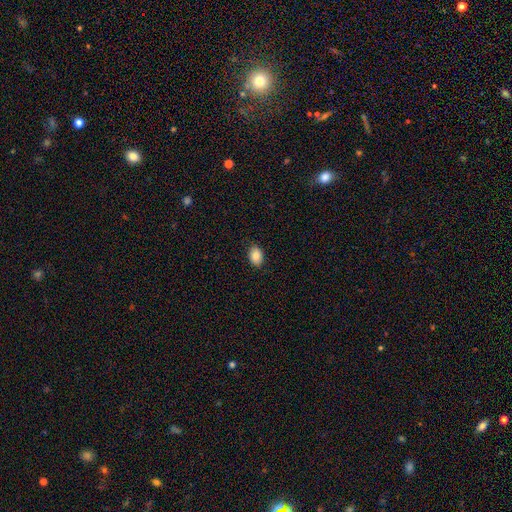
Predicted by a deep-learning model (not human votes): smooth-or-featured: smooth: 86% | star or artifact: 8% | featured or disk: 6%
  how-rounded: in between: 78% | round: 21% | cigar-shaped: 1%
  merging: none: 87% | minor disturbance: 10% | major disturbance: 2% | merger: 1%